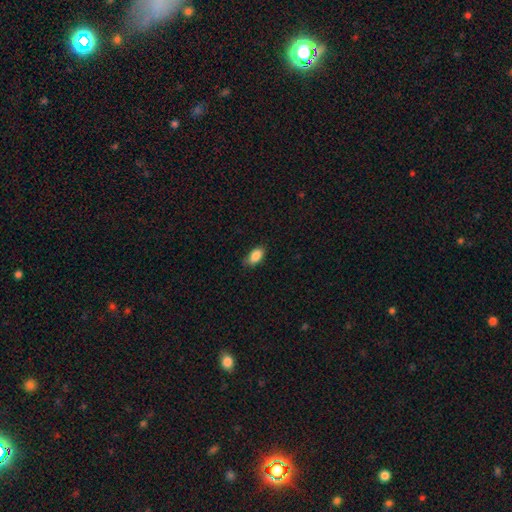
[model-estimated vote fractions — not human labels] smooth 88%, star or artifact 7%, featured or disk 5%. Down the decision tree: how rounded — in between (91%); merging — none (77%).